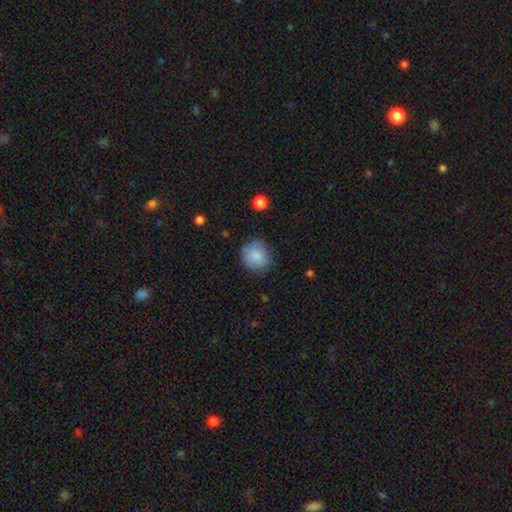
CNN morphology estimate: Smooth or featured? smooth (81%)
How rounded? round (81%)
Merging? none (72%)